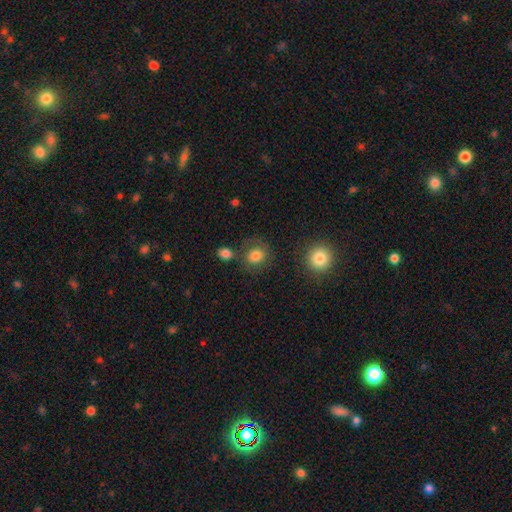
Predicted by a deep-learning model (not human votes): Smooth or featured?
  - smooth: 80% *
  - star or artifact: 10%
  - featured or disk: 9%
How rounded?
  - round: 71% *
  - in between: 28%
  - cigar-shaped: 1%
Merging?
  - none: 69% *
  - minor disturbance: 14%
  - merger: 9%
  - major disturbance: 7%